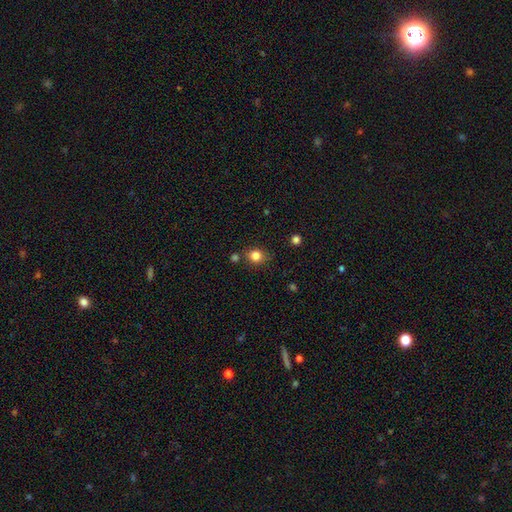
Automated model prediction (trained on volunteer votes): A smooth galaxy with no disk features (82%) that is round (72%). Merging: none (76%).